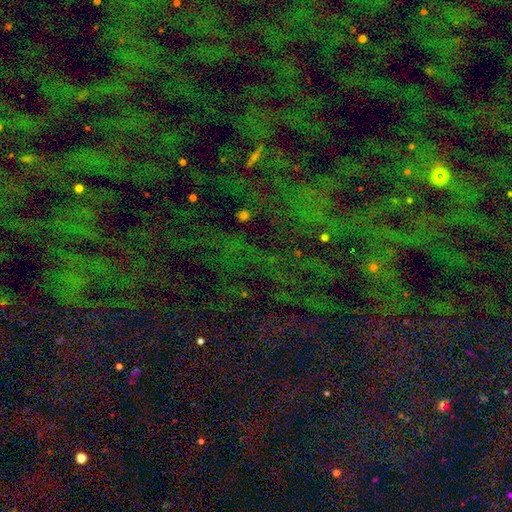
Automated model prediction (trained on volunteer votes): A star or artifact, not a galaxy (79%).

Vote fractions:
- Smooth or featured? star or artifact: 79% / smooth: 13% / featured or disk: 8%